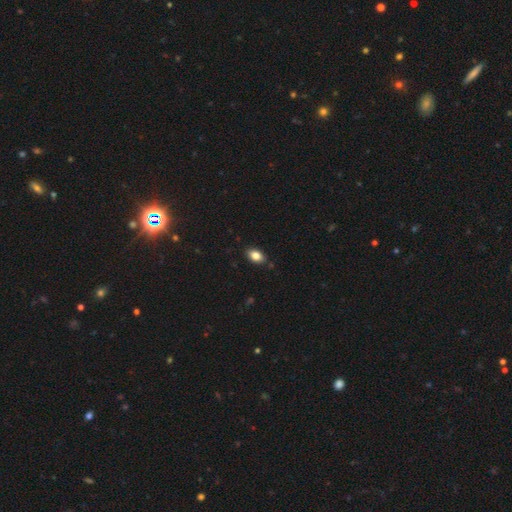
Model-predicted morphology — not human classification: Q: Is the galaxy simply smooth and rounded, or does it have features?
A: smooth — 84%.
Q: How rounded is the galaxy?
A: in between — 87%.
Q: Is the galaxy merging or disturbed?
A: none — 85%.